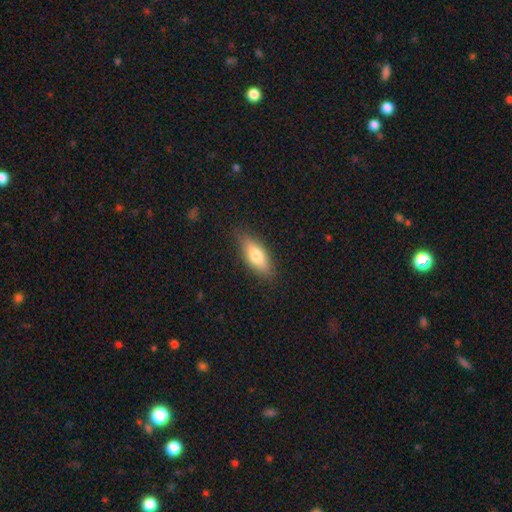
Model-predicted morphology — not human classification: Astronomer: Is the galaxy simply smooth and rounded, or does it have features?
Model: smooth — 68%.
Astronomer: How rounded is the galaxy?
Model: in between — 68%.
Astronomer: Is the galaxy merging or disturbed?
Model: none — 83%.